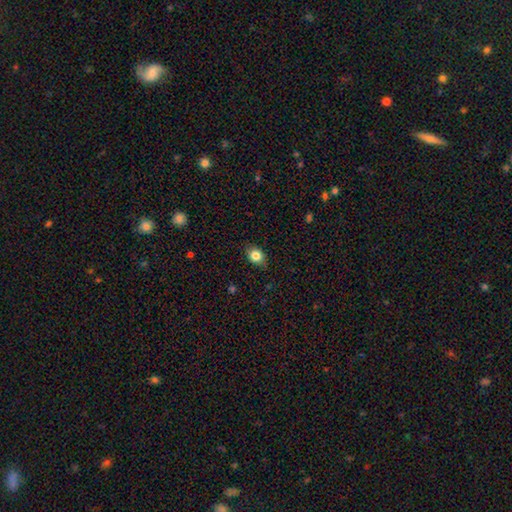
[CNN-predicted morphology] This appears to be a smooth galaxy with no disk features (83%) that is in between round and cigar-shaped (56%). Merging: none (84%).